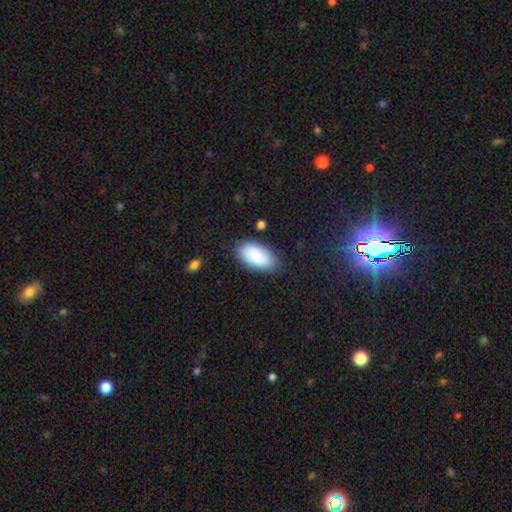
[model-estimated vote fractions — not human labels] smooth_or_featured: smooth (p=0.86) [alt: featured or disk p=0.08]
how_rounded: in between (p=0.95) [alt: round p=0.03]
merging: none (p=0.81) [alt: minor disturbance p=0.14]